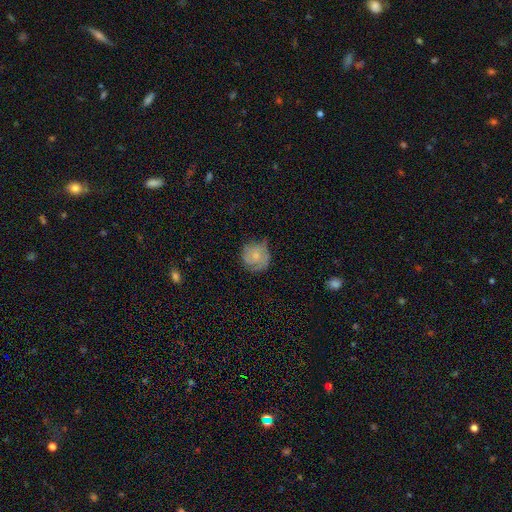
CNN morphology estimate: A smooth galaxy with no disk features (50%).

Vote fractions:
- Smooth or featured? smooth: 50% / featured or disk: 43% / star or artifact: 8%
- Merging? none: 62% / minor disturbance: 29% / major disturbance: 8% / merger: 2%